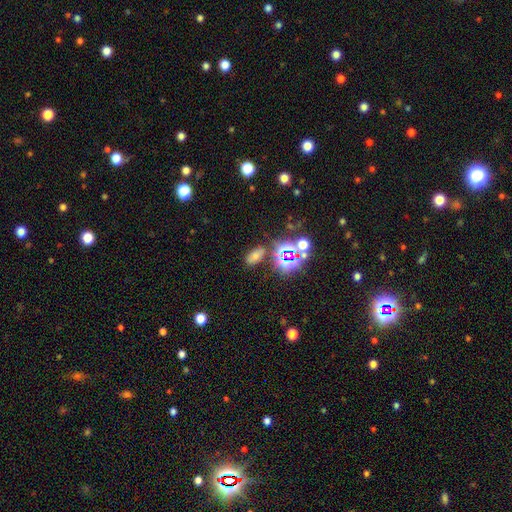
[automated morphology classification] The model was most divided on "smooth or featured": smooth: 54%, star or artifact: 34%, featured or disk: 12%. More confident: how rounded — in between (87%); merging — none (75%).